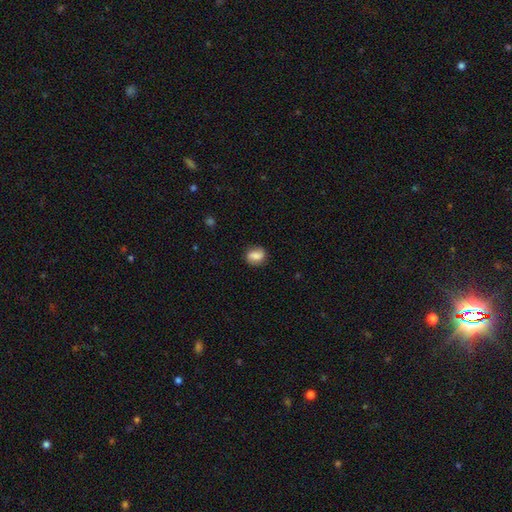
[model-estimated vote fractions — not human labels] Overall: smooth (66%). How rounded: in between (50%; round 48%). Merging: none (77%).